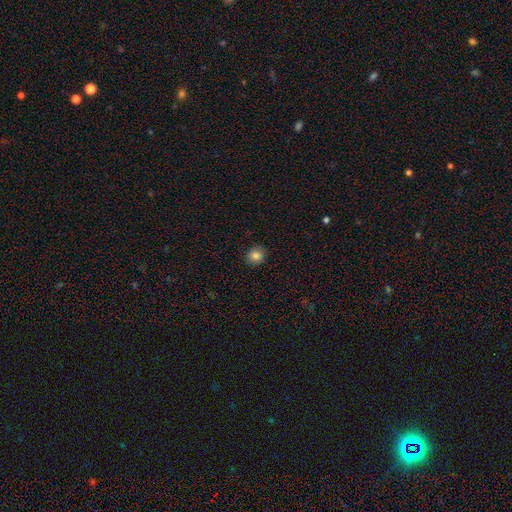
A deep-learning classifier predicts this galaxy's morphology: This appears to be a smooth galaxy with no disk features (84%) that is round (83%). Merging: none (89%).